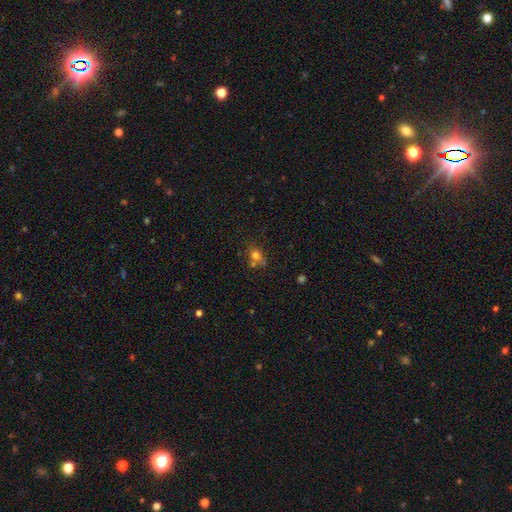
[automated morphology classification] This appears to be a smooth galaxy with no disk features (71%) that is round (56%). Merging: none (53%).